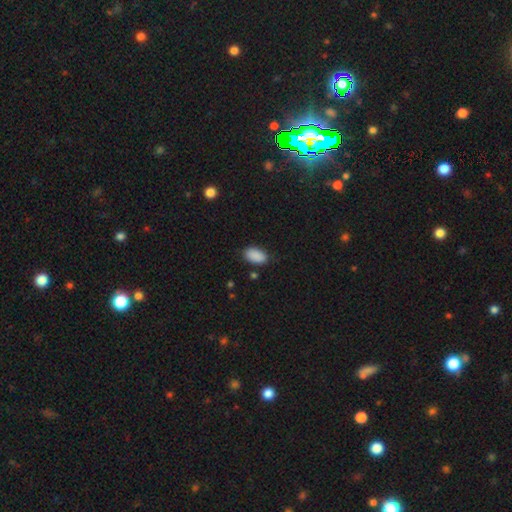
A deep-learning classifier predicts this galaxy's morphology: smooth_or_featured: smooth (p=0.90) [alt: star or artifact p=0.07]
how_rounded: in between (p=0.94) [alt: round p=0.04]
merging: none (p=0.83) [alt: minor disturbance p=0.13]